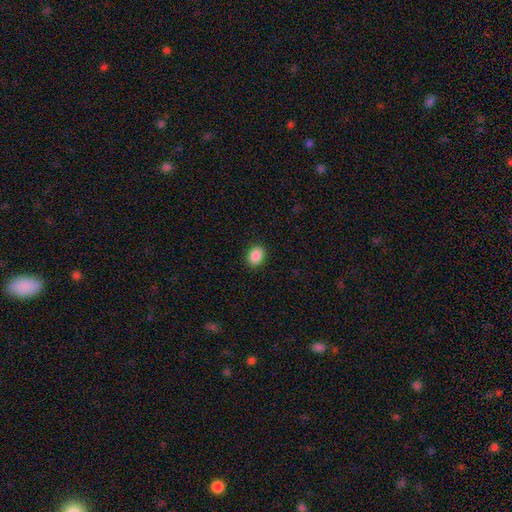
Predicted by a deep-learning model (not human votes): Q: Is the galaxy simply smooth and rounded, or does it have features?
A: smooth — 89%.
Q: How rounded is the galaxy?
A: in between — 66%.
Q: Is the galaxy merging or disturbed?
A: none — 90%.